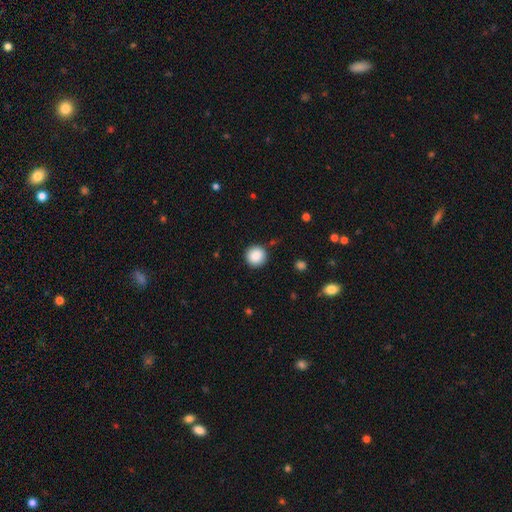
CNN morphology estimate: A smooth galaxy with no disk features (88%) that is round (94%).

Vote fractions:
- Smooth or featured? smooth: 88% / star or artifact: 8% / featured or disk: 3%
- How rounded? round: 94% / in between: 5% / cigar-shaped: 1%
- Merging? none: 89% / minor disturbance: 7% / major disturbance: 2% / merger: 1%